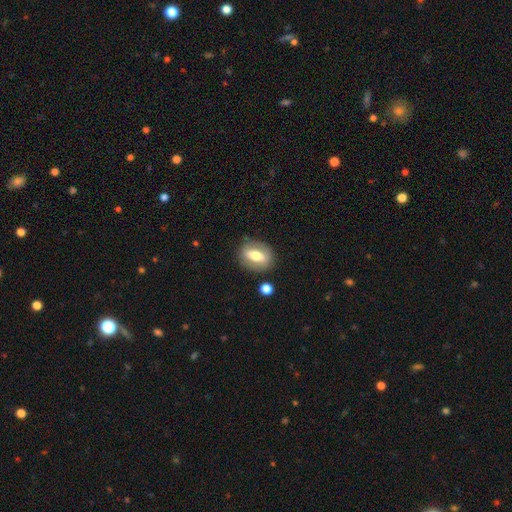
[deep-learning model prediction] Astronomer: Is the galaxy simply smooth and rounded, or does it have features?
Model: smooth — 52% (runner-up: featured or disk, 41%).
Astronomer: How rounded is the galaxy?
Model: in between — 69%.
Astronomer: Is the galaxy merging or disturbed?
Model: none — 81%.